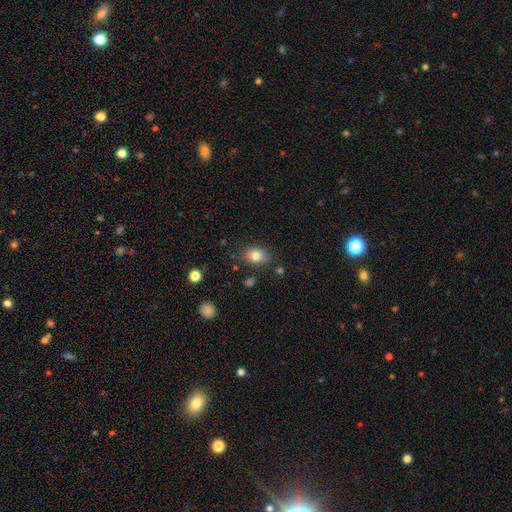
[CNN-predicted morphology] Smooth or featured: smooth — 80% (star or artifact — 10%)
How rounded: in between — 71% (round — 28%)
Merging: none — 79% (minor disturbance — 14%)